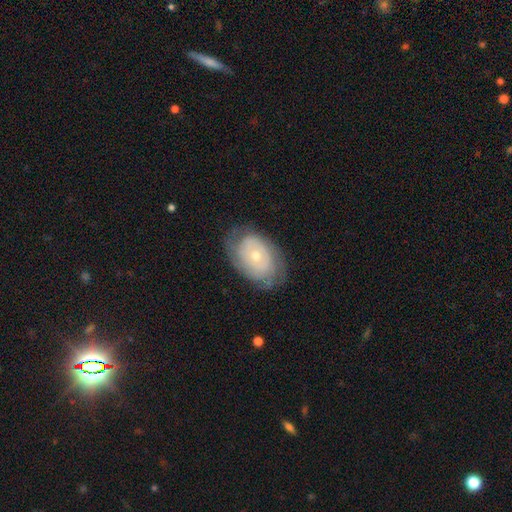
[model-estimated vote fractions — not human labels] Smooth or featured? featured or disk (64%)
Edge-on disk? no (94%)
Bar? no (84%)
Spiral arms? yes (69%)
Bulge size? small (52%)
Merging? none (70%)